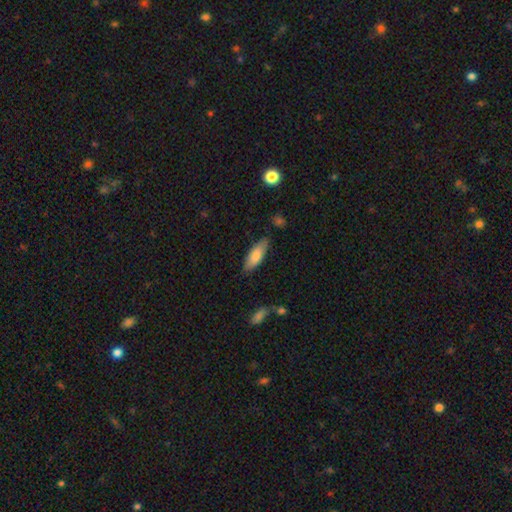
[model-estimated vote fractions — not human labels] Smooth or featured? Predicted: smooth (p=0.79). How rounded? Predicted: in between (p=0.60). Merging? Predicted: none (p=0.82).